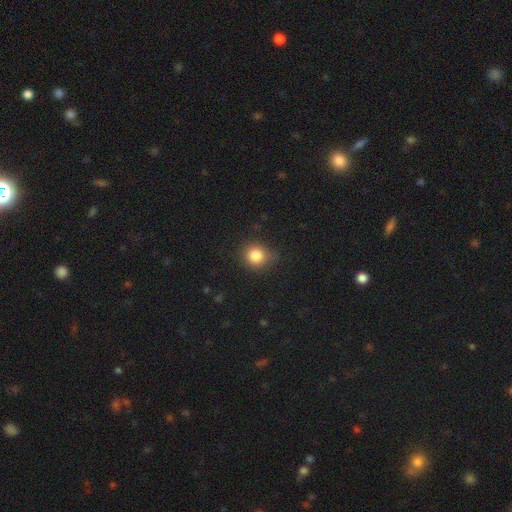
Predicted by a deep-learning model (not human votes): Q: Smooth or featured?
A: smooth (83%); runner-up: star or artifact (12%)
Q: How rounded?
A: round (83%); runner-up: in between (16%)
Q: Merging?
A: none (77%); runner-up: minor disturbance (18%)